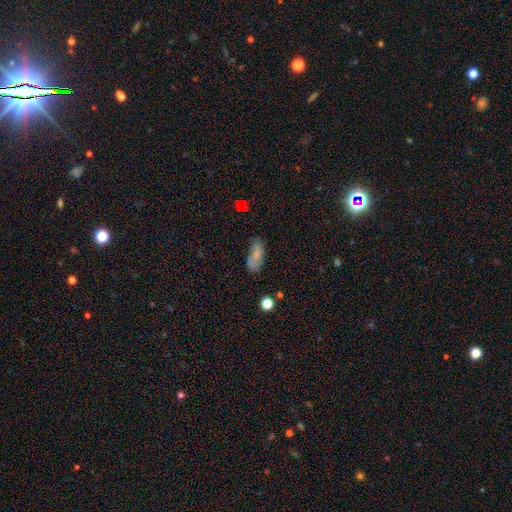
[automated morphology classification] This is likely a smooth galaxy (72%). How rounded: clearly in between (85%). Merging: likely none (69%).